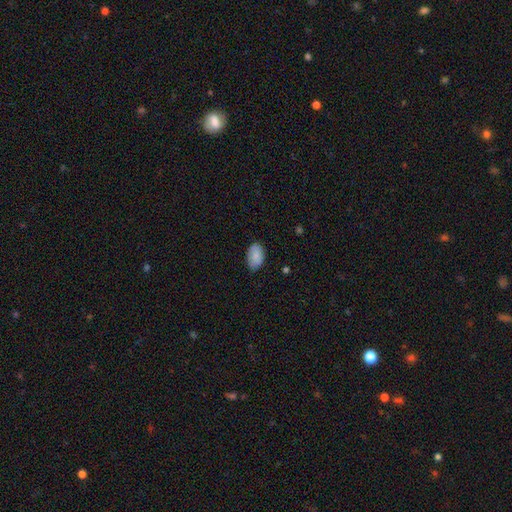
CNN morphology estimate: type=smooth (83%); roundness=in between (92%); merging=none (76%).